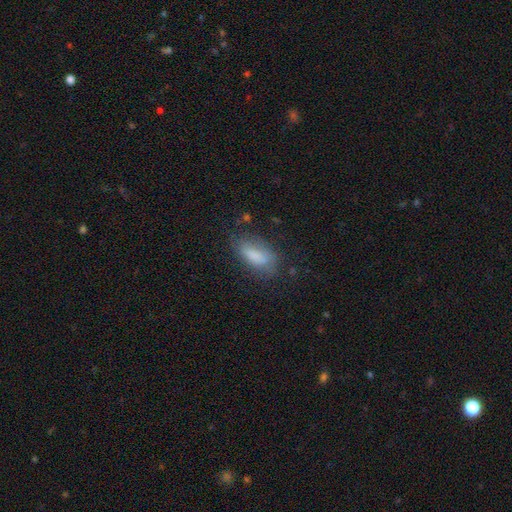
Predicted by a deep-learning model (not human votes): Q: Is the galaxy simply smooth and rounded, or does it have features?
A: smooth — 78%.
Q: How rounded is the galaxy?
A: in between — 78%.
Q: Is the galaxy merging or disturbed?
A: none — 65%.